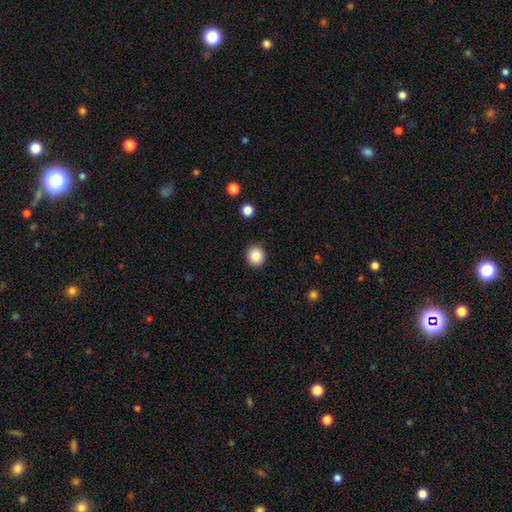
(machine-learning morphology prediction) Smooth or featured?
  - smooth: 87% *
  - star or artifact: 9%
  - featured or disk: 4%
How rounded?
  - round: 88% *
  - in between: 11%
  - cigar-shaped: 1%
Merging?
  - none: 90% *
  - minor disturbance: 6%
  - major disturbance: 2%
  - merger: 1%